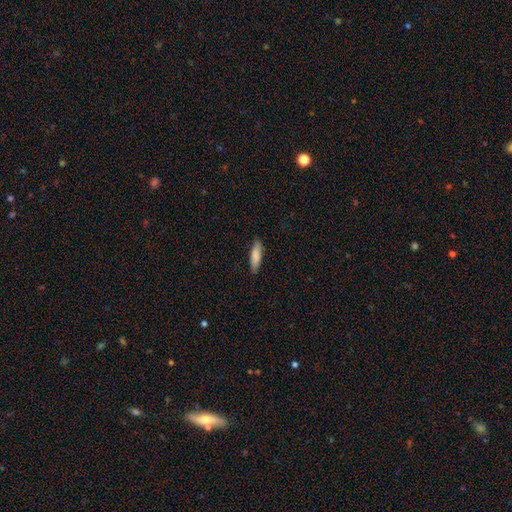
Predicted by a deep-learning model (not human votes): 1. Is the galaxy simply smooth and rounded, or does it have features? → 85% smooth, 10% featured or disk, 6% star or artifact.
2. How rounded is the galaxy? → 62% cigar-shaped, 37% in between, 2% round.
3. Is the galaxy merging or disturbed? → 86% none, 11% minor disturbance, 2% major disturbance, 1% merger.